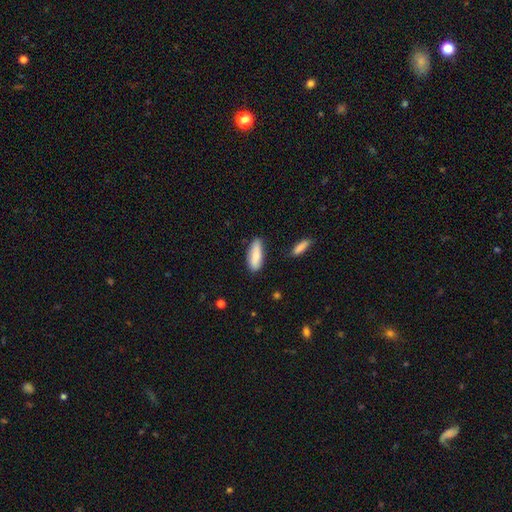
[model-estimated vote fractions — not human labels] This appears to be a smooth galaxy with no disk features (83%) that is in between round and cigar-shaped (63%). Merging: none (79%).